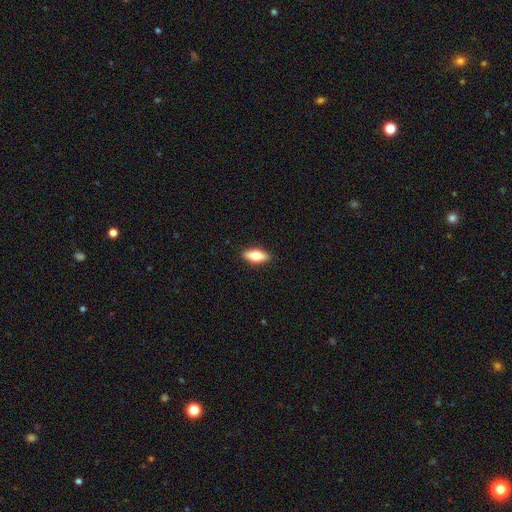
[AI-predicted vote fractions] smooth_or_featured: smooth (p=0.63) [alt: featured or disk p=0.30]
how_rounded: in between (p=0.73) [alt: cigar-shaped p=0.24]
merging: none (p=0.89) [alt: minor disturbance p=0.08]